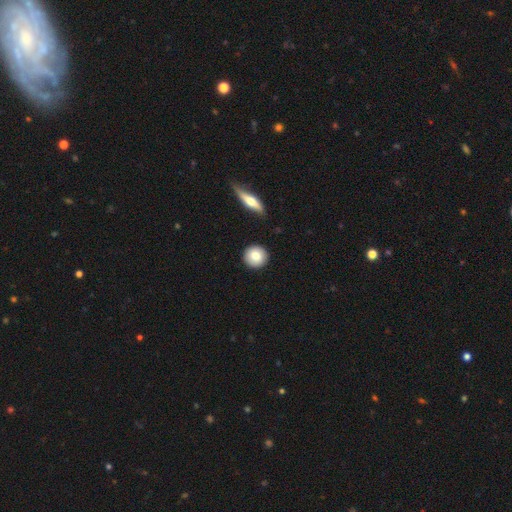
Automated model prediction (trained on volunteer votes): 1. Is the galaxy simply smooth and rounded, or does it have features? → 82% smooth, 11% featured or disk, 7% star or artifact.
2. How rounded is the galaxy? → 93% round, 5% in between, 1% cigar-shaped.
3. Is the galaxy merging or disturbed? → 90% none, 6% minor disturbance, 2% merger, 2% major disturbance.